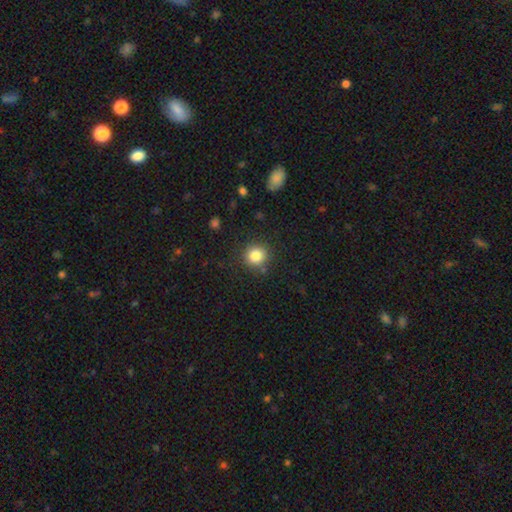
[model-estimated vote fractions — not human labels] Overall: smooth (83%). How rounded: round (91%). Merging: none (86%).